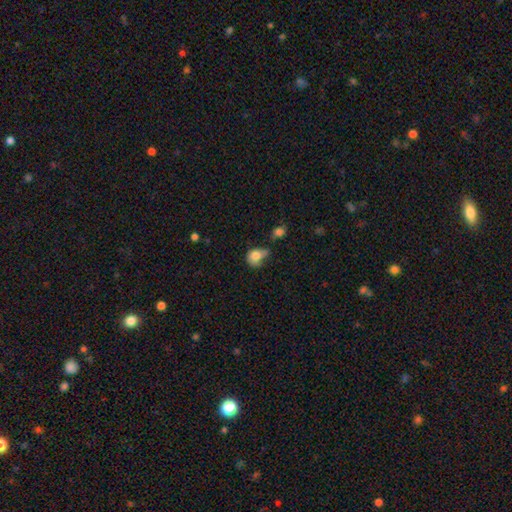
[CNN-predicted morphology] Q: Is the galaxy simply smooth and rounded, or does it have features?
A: smooth — 77%.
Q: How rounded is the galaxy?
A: round — 57%.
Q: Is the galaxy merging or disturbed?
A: minor disturbance — 31%.